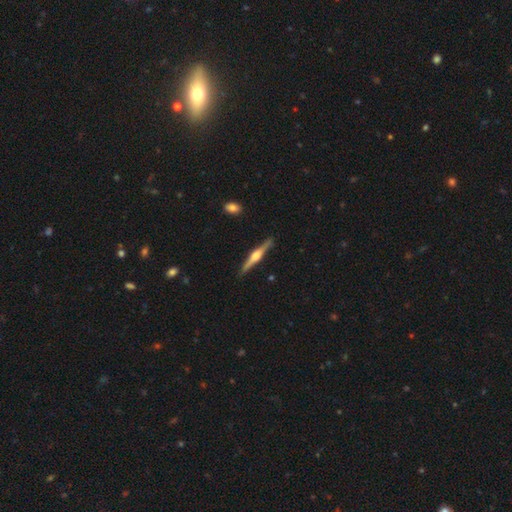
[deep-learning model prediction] Smooth or featured? featured or disk (80%)
Edge-on disk? yes (98%)
Edge-on bulge? rounded (87%)
Merging? none (90%)